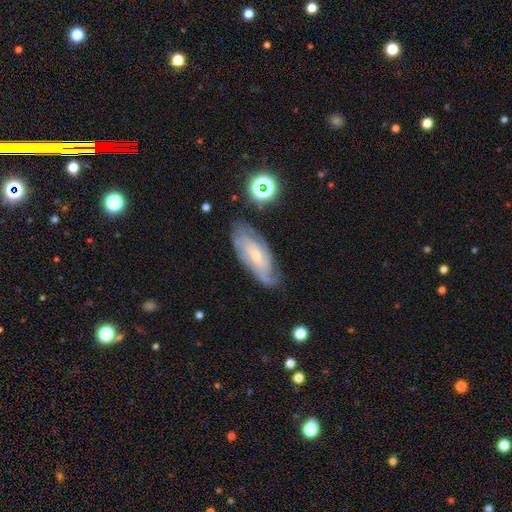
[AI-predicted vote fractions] Smooth or featured?
  - featured or disk: 71% *
  - smooth: 20%
  - star or artifact: 9%
Edge-on disk?
  - no: 88% *
  - yes: 12%
Bar?
  - no: 61% *
  - weak: 32%
  - strong: 7%
Spiral arms?
  - yes: 89% *
  - no: 11%
Spiral winding?
  - tight: 55% *
  - medium: 34%
  - loose: 10%
Spiral arm count?
  - can't tell: 49% *
  - 2: 22%
  - 3: 14%
  - 4: 7%
  - 1: 4%
  - more than 4: 4%
Bulge size?
  - small: 63% *
  - moderate: 30%
  - none: 4%
  - large: 2%
  - dominant: 1%
Merging?
  - none: 69% *
  - minor disturbance: 21%
  - major disturbance: 7%
  - merger: 2%